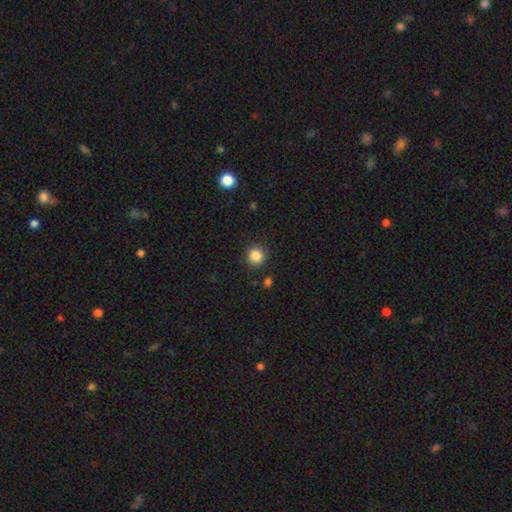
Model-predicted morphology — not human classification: A smooth galaxy with no disk features (85%) that is round (92%). Merging: none (89%).